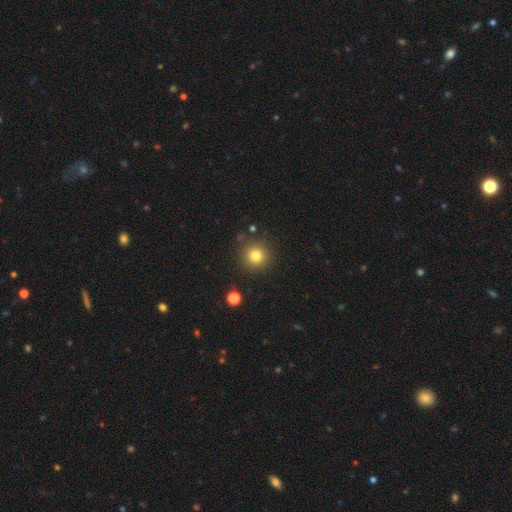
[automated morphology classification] type=smooth (80%); roundness=round (95%); merging=none (87%).